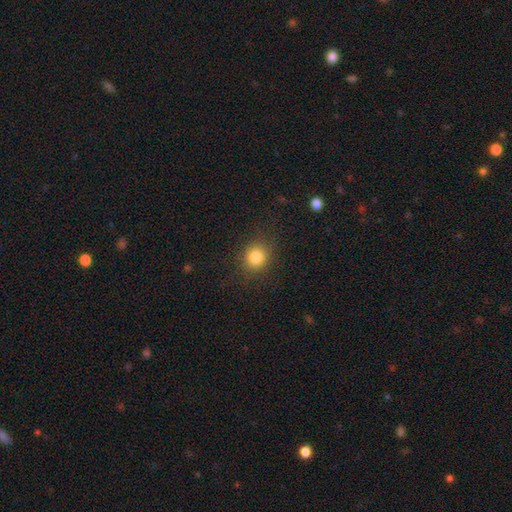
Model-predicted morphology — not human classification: type=smooth (83%); roundness=round (83%); merging=none (87%).